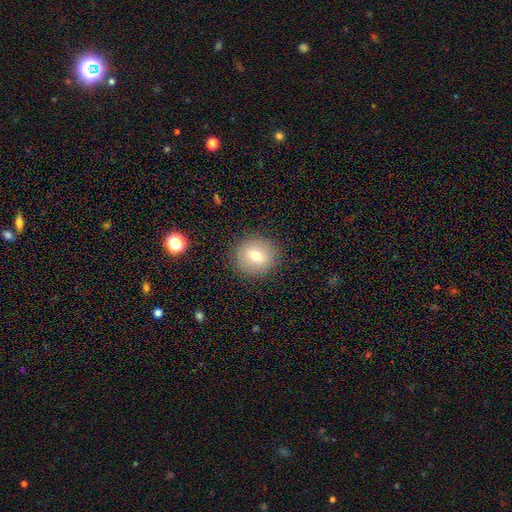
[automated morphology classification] The model was most divided on "smooth or featured": smooth: 71%, featured or disk: 18%, star or artifact: 11%. More confident: how rounded — round (91%); merging — none (89%).